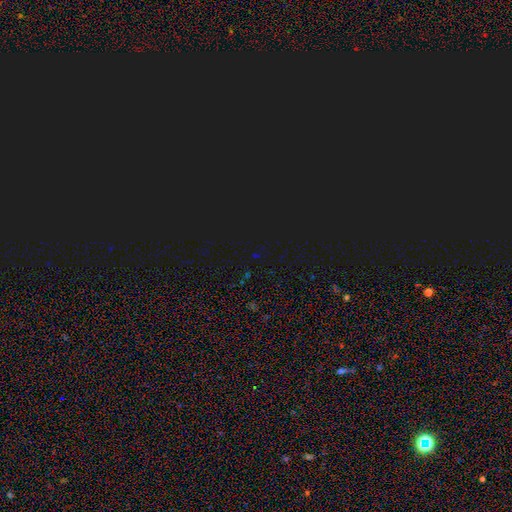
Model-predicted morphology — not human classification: The model was most divided on "smooth or featured": star or artifact: 75%, smooth: 18%, featured or disk: 7%.